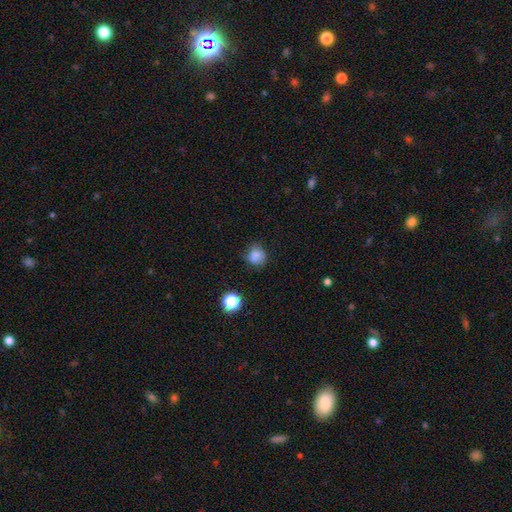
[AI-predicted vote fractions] Overall: smooth (79%). How rounded: round (79%). Merging: none (66%).